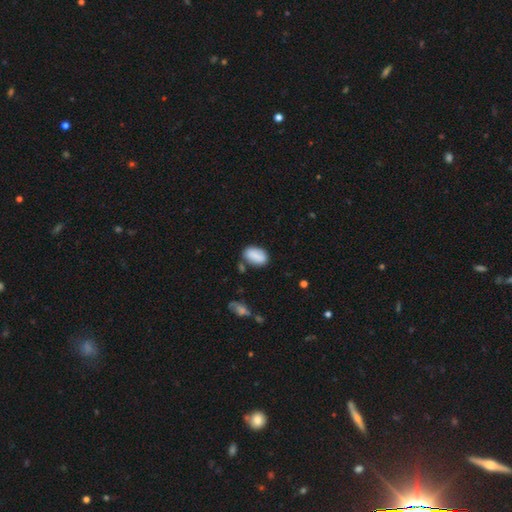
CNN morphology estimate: A smooth galaxy with no disk features (83%) that is in between round and cigar-shaped (90%).

Vote fractions:
- Smooth or featured? smooth: 83% / featured or disk: 9% / star or artifact: 7%
- How rounded? in between: 90% / round: 8% / cigar-shaped: 2%
- Merging? none: 70% / minor disturbance: 18% / merger: 8% / major disturbance: 4%